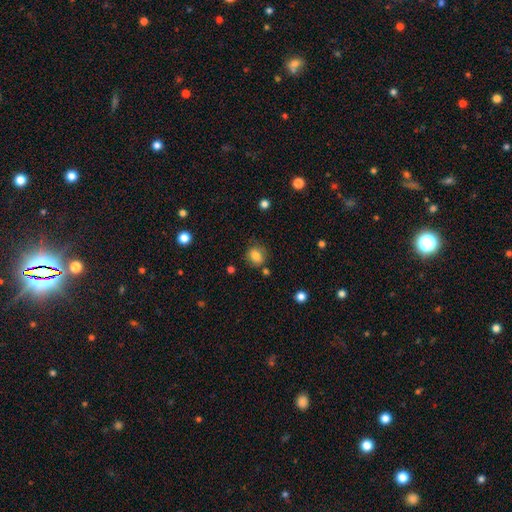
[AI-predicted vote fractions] The model was most divided on "how rounded": round: 68%, in between: 31%, cigar-shaped: 1%. More confident: smooth or featured — smooth (81%); merging — none (75%).